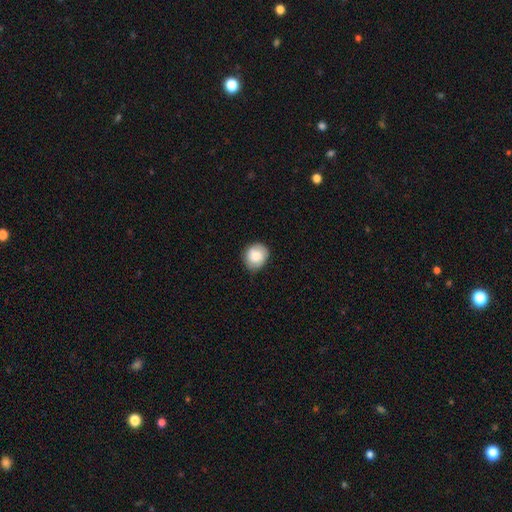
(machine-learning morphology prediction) smooth_or_featured: smooth (p=0.78) [alt: featured or disk p=0.15]
how_rounded: round (p=0.74) [alt: in between p=0.25]
merging: none (p=0.74) [alt: minor disturbance p=0.21]